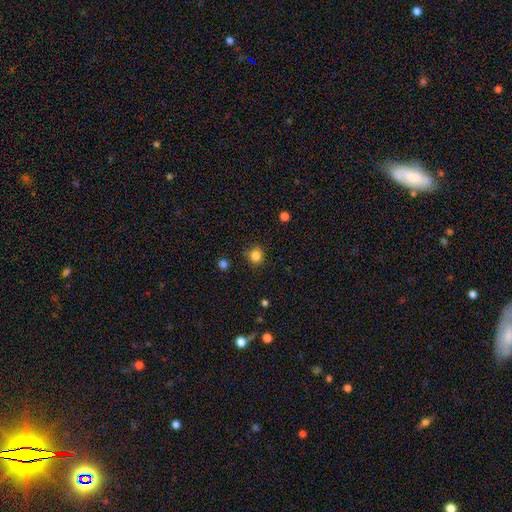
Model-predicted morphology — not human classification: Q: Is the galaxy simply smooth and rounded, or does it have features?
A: smooth — 83%.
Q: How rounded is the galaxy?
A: round — 90%.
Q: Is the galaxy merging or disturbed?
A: none — 84%.